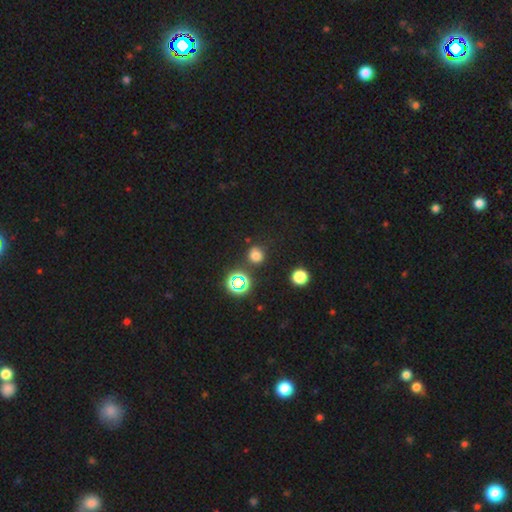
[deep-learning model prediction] A smooth galaxy with no disk features (67%) that is round (85%). Merging: none (79%).